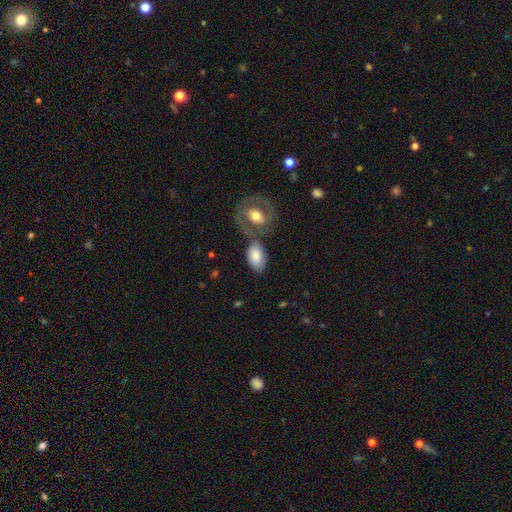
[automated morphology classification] Smooth or featured? Predicted: smooth (p=0.75). How rounded? Predicted: in between (p=0.90). Merging? Predicted: none (p=0.46).